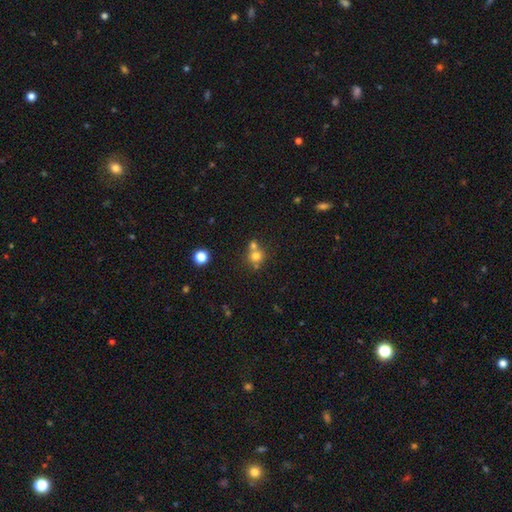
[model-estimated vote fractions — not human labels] Smooth or featured? Predicted: smooth (p=0.72). How rounded? Predicted: round (p=0.86). Merging? Predicted: none (p=0.48).